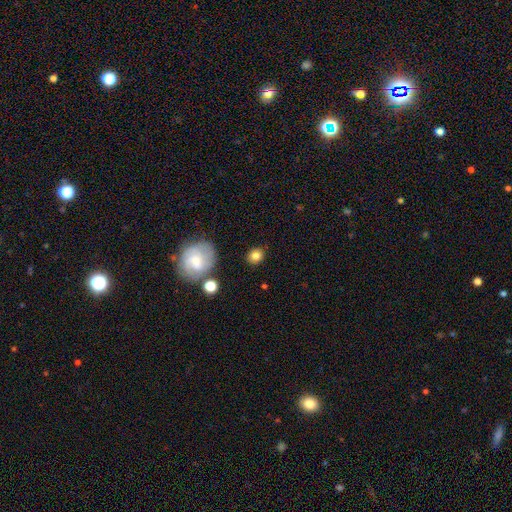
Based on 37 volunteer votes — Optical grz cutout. It shows a smooth galaxy with no disk features (68%) that is round (64%). Merging: none (88%).